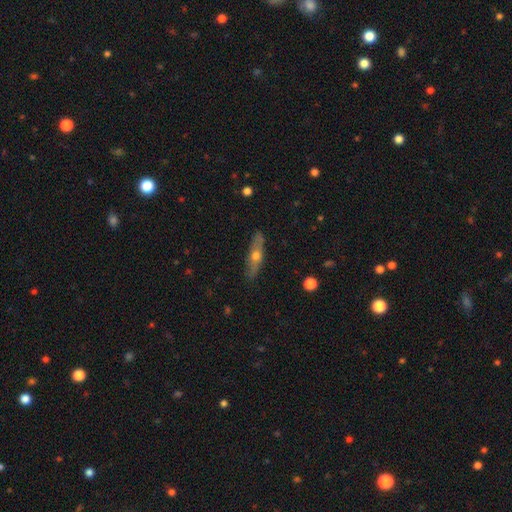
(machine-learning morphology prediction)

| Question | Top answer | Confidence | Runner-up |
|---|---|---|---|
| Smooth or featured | featured or disk | 55% | smooth (39%) |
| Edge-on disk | yes | 81% | no (19%) |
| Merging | none | 87% | minor disturbance (9%) |